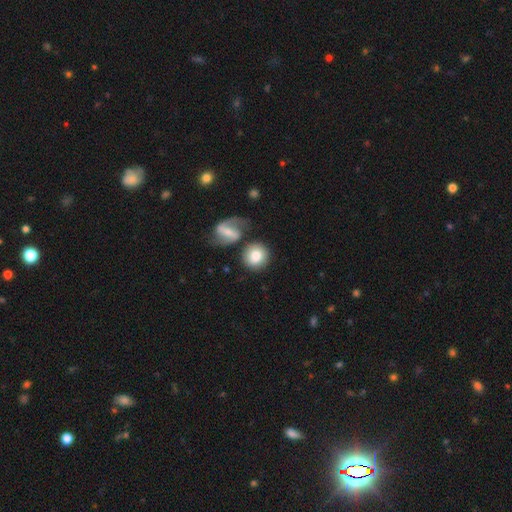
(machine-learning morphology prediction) smooth-or-featured: smooth: 74% | featured or disk: 19% | star or artifact: 6%
  how-rounded: round: 87% | in between: 11% | cigar-shaped: 1%
  merging: none: 66% | merger: 17% | minor disturbance: 12% | major disturbance: 5%